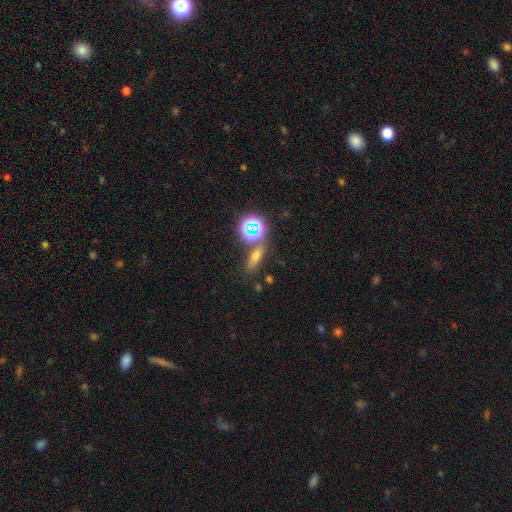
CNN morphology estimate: A smooth galaxy with no disk features (48%). Merging: none (72%).